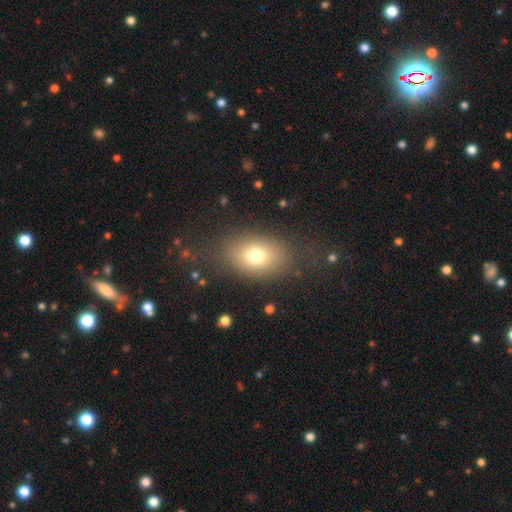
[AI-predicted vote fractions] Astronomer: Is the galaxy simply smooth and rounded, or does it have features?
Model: smooth — 73%.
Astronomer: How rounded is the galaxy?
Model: in between — 73%.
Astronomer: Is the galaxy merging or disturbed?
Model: none — 76%.